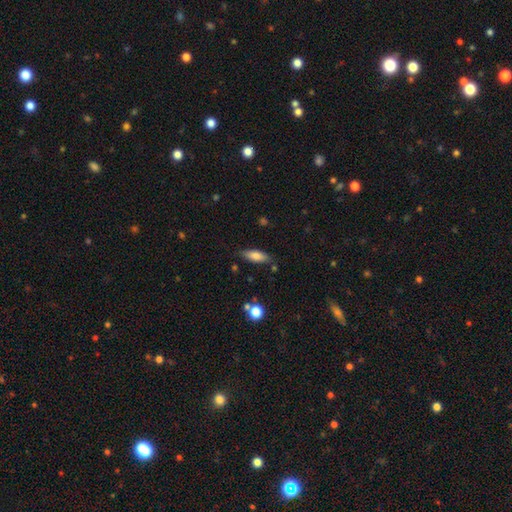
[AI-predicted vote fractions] This appears to be a smooth galaxy with no disk features (77%) that is in between round and cigar-shaped (62%). Merging: none (79%).